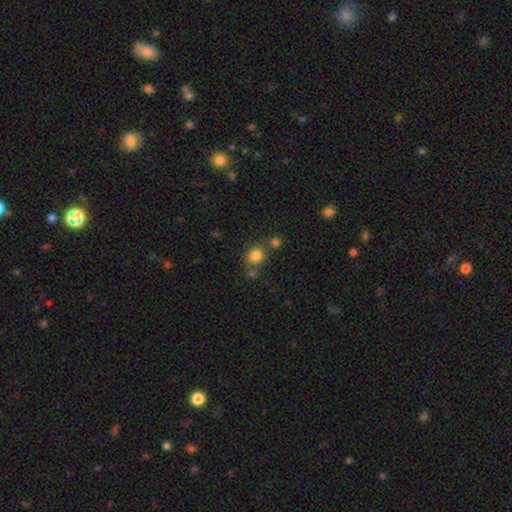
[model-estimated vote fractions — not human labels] A smooth galaxy with no disk features (82%) that is round (86%). Merging: none (66%).